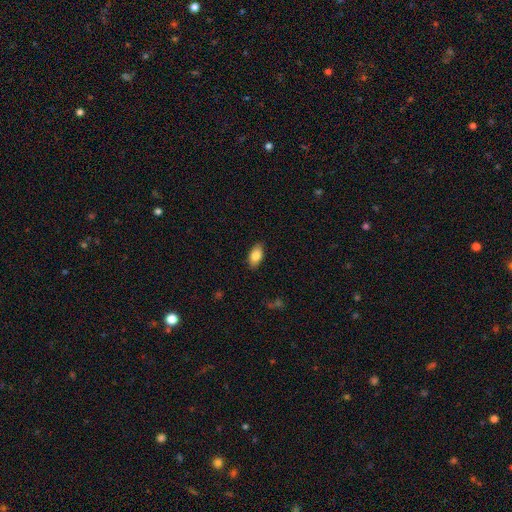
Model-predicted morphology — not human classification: Smooth or featured?
  - smooth: 84% *
  - featured or disk: 9%
  - star or artifact: 7%
How rounded?
  - in between: 92% *
  - round: 4%
  - cigar-shaped: 4%
Merging?
  - none: 87% *
  - minor disturbance: 10%
  - major disturbance: 2%
  - merger: 1%